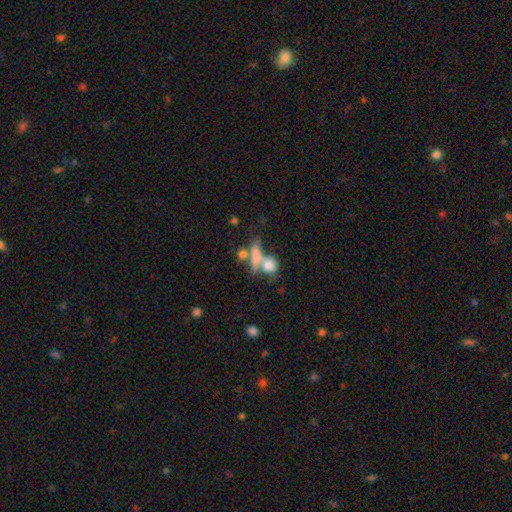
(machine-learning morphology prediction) A smooth galaxy with no disk features (64%) that is round (35%). Merging: merger (43%).